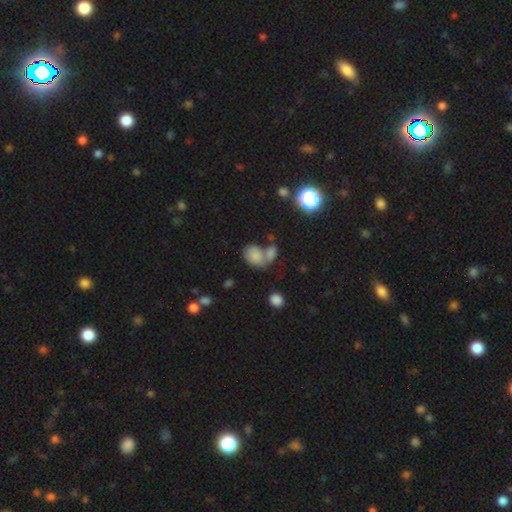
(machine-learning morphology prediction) Smooth or featured?
  - smooth: 77% *
  - star or artifact: 12%
  - featured or disk: 11%
How rounded?
  - in between: 69% *
  - round: 30%
  - cigar-shaped: 1%
Merging?
  - merger: 52% *
  - none: 29%
  - minor disturbance: 12%
  - major disturbance: 7%